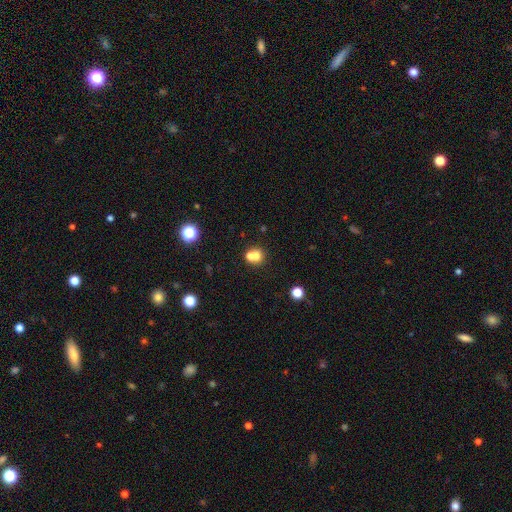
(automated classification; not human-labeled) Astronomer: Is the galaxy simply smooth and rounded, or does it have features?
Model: smooth — 67%.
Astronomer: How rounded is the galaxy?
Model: round — 82%.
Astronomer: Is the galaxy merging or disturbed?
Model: merger — 52% (runner-up: none, 40%).